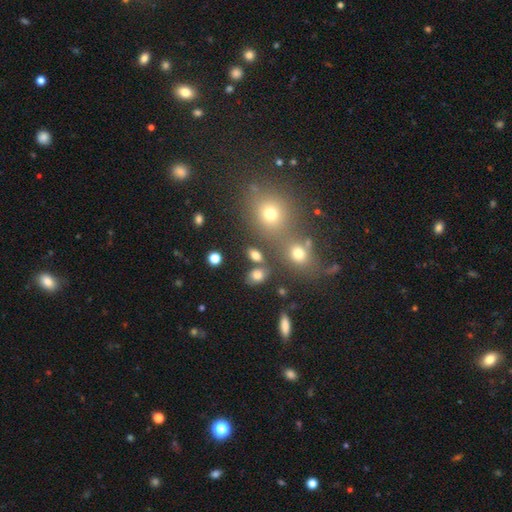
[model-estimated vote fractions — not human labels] Morphology: type=smooth (74%); roundness=in between (74%); merging=none (68%).